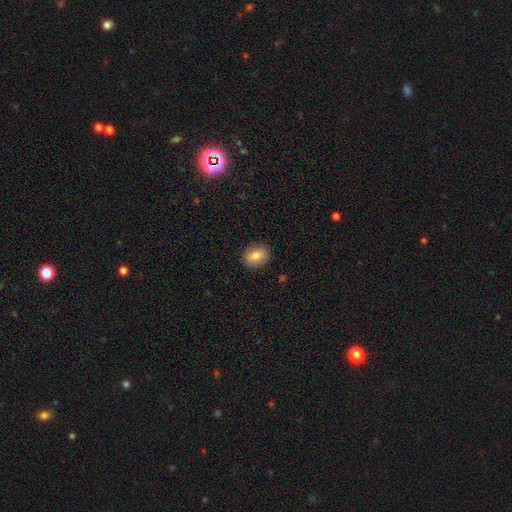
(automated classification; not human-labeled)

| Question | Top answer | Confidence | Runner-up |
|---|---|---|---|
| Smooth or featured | smooth | 77% | featured or disk (14%) |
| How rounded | round | 53% | in between (46%) |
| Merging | none | 88% | minor disturbance (8%) |